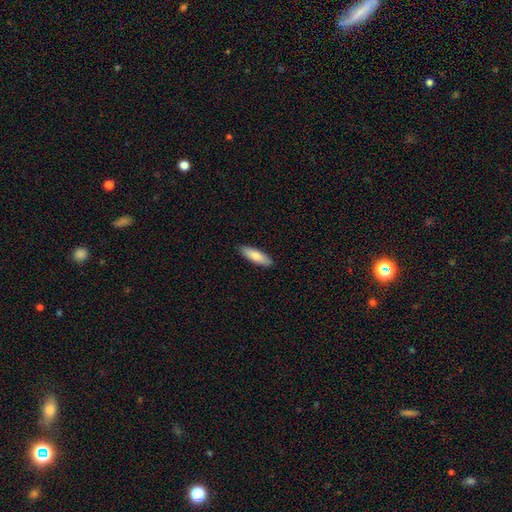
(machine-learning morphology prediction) Smooth or featured? Predicted: smooth (p=0.79). How rounded? Predicted: cigar-shaped (p=0.50). Merging? Predicted: none (p=0.90).